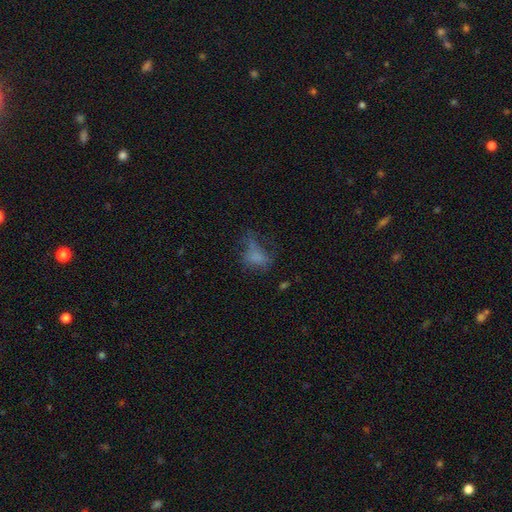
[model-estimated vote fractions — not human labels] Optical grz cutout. It shows a smooth galaxy with no disk features (57%) that is in between round and cigar-shaped (74%). Merging: major disturbance (42%).